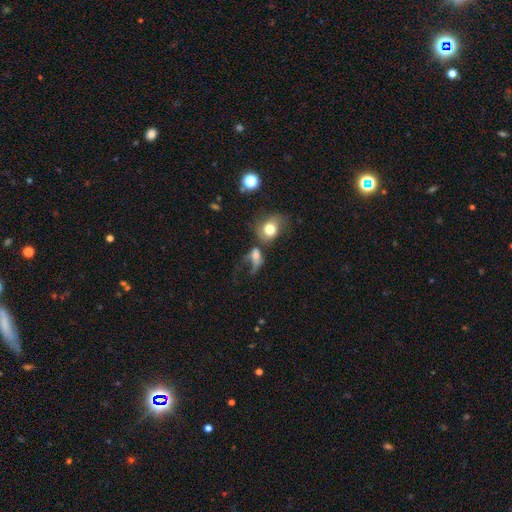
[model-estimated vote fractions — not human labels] Smooth or featured? Predicted: smooth (p=0.58). How rounded? Predicted: in between (p=0.59). Merging? Predicted: merger (p=0.39).